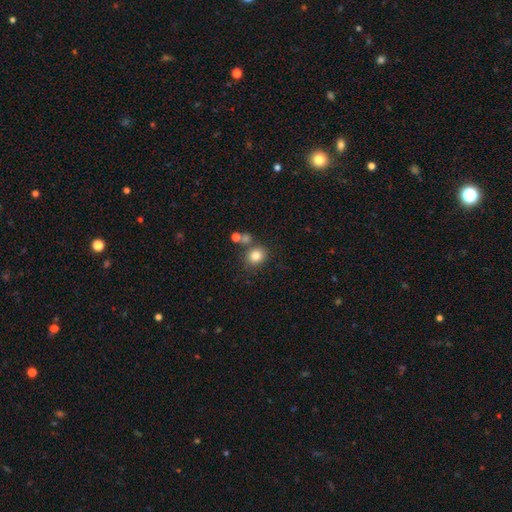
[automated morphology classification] This is clearly a smooth galaxy (82%). How rounded: likely round (77%). Merging: likely none (70%).